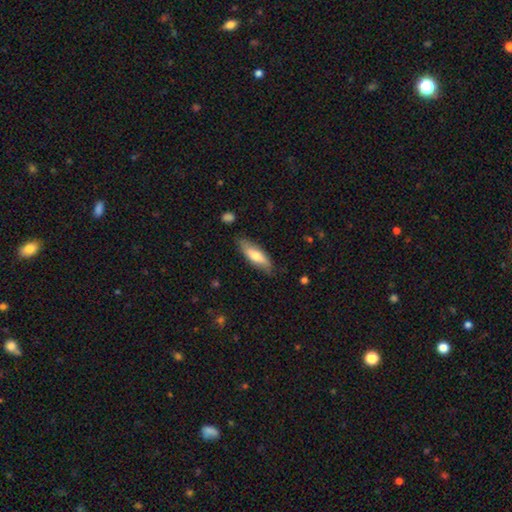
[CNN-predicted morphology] smooth-or-featured: smooth: 62% | featured or disk: 32% | star or artifact: 6%
  how-rounded: in between: 51% | cigar-shaped: 47% | round: 2%
  merging: none: 78% | minor disturbance: 17% | major disturbance: 3% | merger: 2%